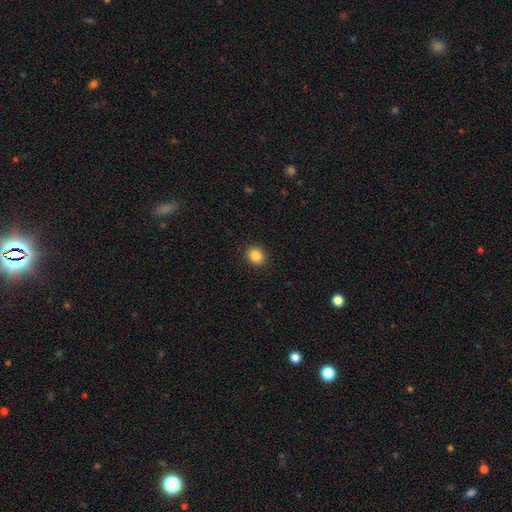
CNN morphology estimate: Smooth or featured? smooth (86%)
How rounded? round (65%)
Merging? none (91%)